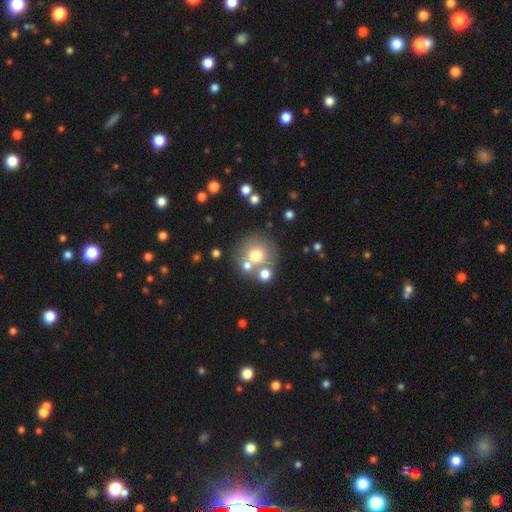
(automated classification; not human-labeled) Smooth or featured? Predicted: smooth (p=0.67). How rounded? Predicted: round (p=0.91). Merging? Predicted: none (p=0.63).